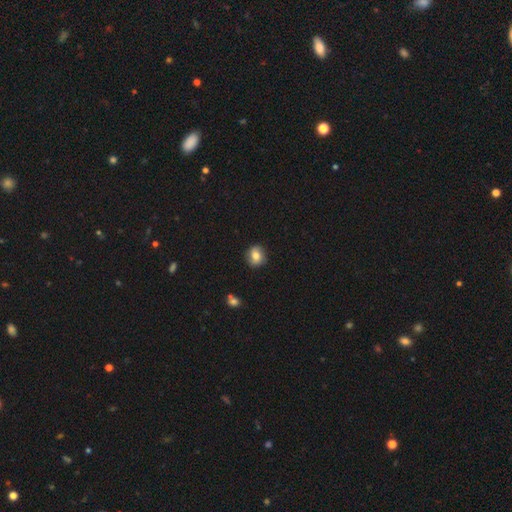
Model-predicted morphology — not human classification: Smooth or featured: smooth — 75% (featured or disk — 15%)
How rounded: round — 75% (in between — 24%)
Merging: none — 85% (minor disturbance — 11%)